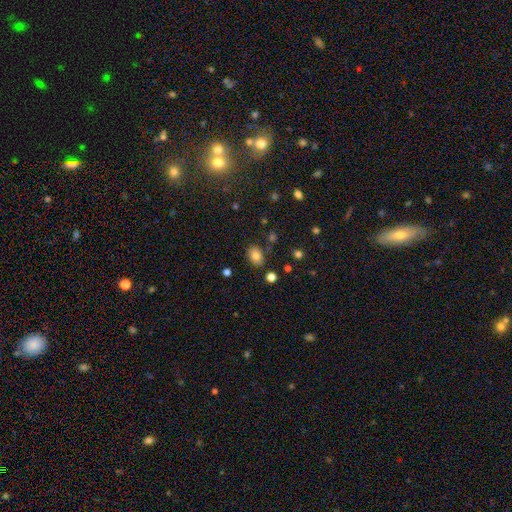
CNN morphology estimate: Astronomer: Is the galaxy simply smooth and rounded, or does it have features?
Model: smooth — 82%.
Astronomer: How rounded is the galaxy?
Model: in between — 73%.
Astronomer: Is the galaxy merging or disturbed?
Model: none — 82%.